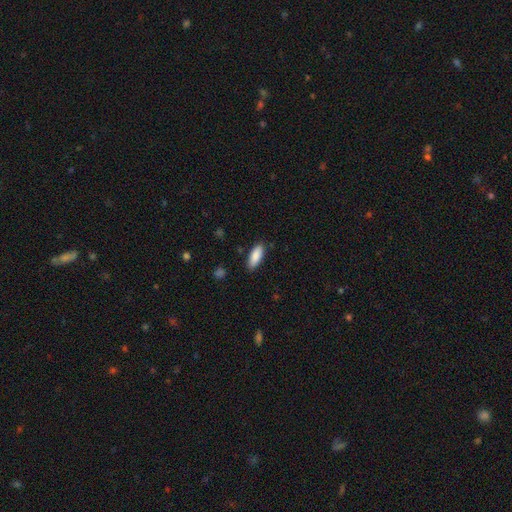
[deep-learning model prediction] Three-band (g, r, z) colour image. It shows a smooth galaxy with no disk features (88%) that is in between round and cigar-shaped (75%). Merging: none (86%).